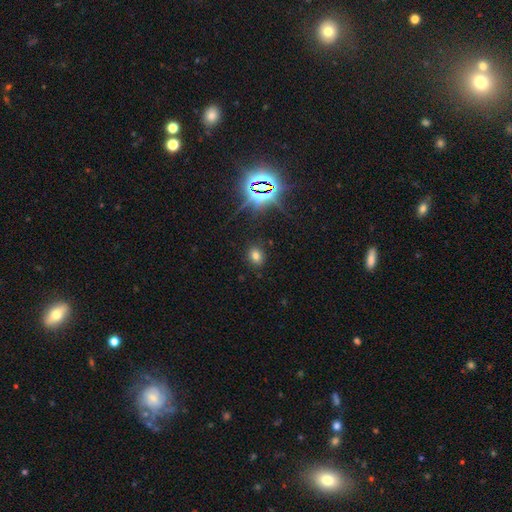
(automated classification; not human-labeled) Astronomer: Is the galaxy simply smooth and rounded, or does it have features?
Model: smooth — 68%.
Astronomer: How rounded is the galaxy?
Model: in between — 51% (runner-up: round, 48%).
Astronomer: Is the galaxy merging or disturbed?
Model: none — 87%.